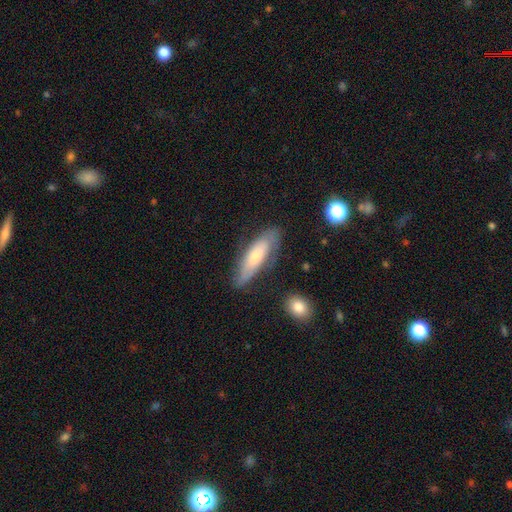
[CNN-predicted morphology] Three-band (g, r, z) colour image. It shows a smooth galaxy with no disk features (54%) that is cigar-shaped (56%). Merging: none (71%).